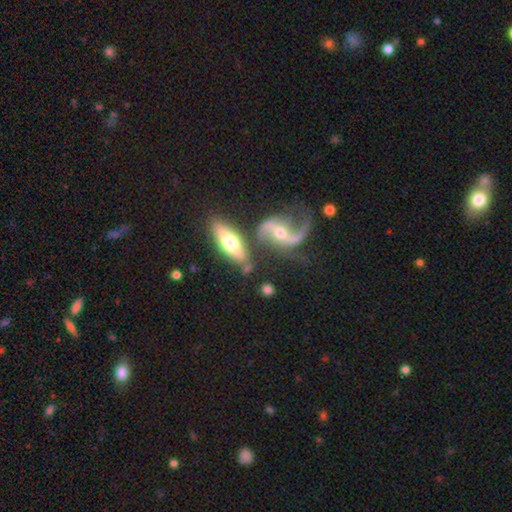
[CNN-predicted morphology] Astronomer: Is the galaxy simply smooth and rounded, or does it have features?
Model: featured or disk — 65%.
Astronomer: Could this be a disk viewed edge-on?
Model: no — 65%.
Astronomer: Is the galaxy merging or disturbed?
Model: none — 43% (runner-up: merger, 37%).